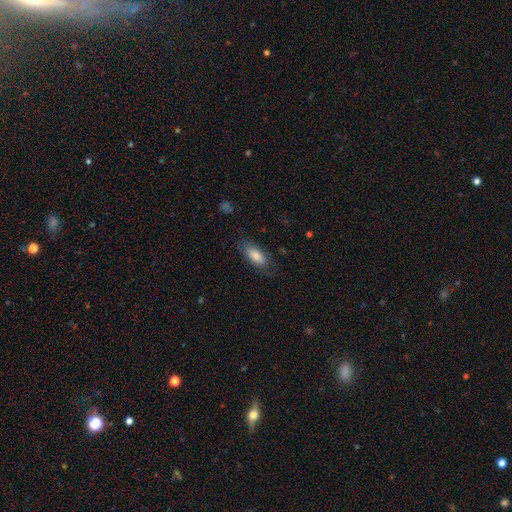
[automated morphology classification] Smooth or featured?
  - smooth: 80% *
  - featured or disk: 13%
  - star or artifact: 6%
How rounded?
  - in between: 82% *
  - cigar-shaped: 16%
  - round: 2%
Merging?
  - none: 71% *
  - minor disturbance: 20%
  - major disturbance: 8%
  - merger: 1%